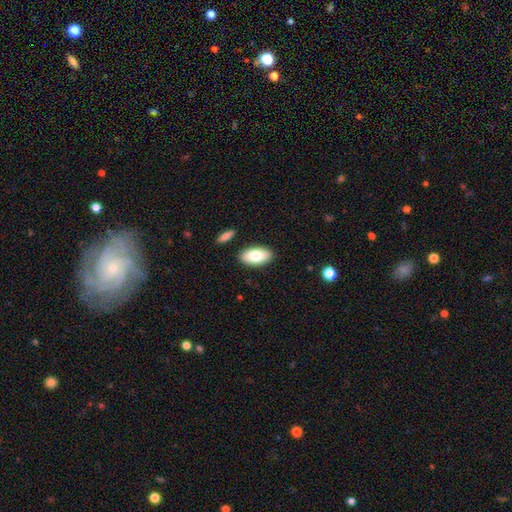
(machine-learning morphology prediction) This is likely a smooth galaxy (80%). How rounded: clearly in between (94%). Merging: clearly none (87%).